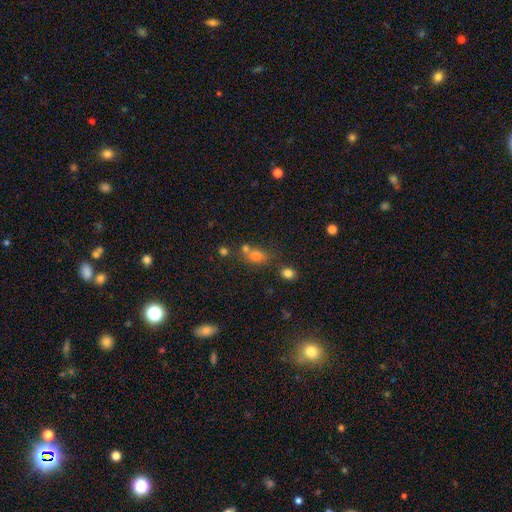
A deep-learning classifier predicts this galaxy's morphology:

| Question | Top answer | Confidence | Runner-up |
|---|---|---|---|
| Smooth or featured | smooth | 67% | star or artifact (22%) |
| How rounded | in between | 52% | round (45%) |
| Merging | none | 53% | merger (27%) |